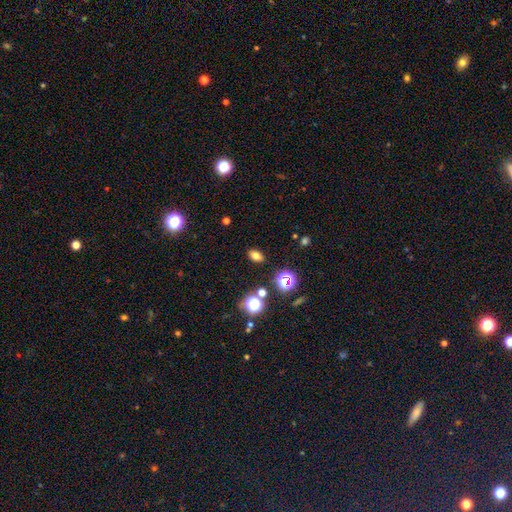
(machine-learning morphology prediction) Overall: smooth (73%). How rounded: in between (80%). Merging: none (87%).